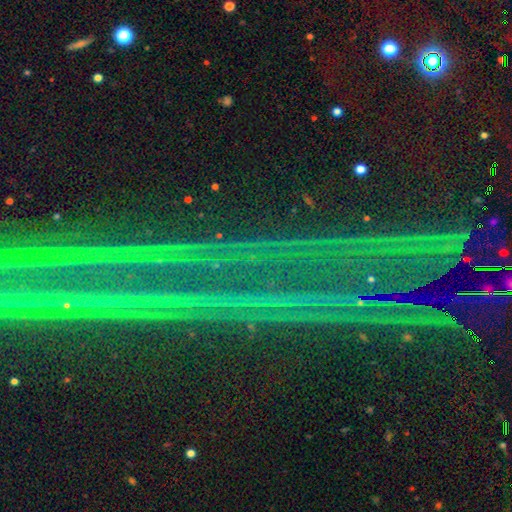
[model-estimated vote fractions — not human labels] This is clearly a star or artifact rather than a galaxy (88%).